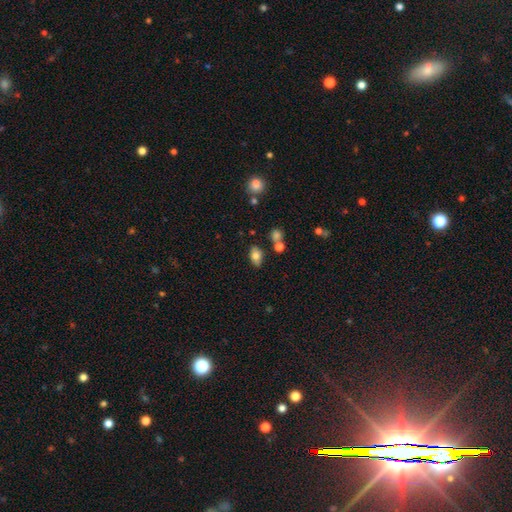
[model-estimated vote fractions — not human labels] smooth 77%, featured or disk 13%, star or artifact 10%. Down the decision tree: how rounded — in between (86%); merging — none (77%).